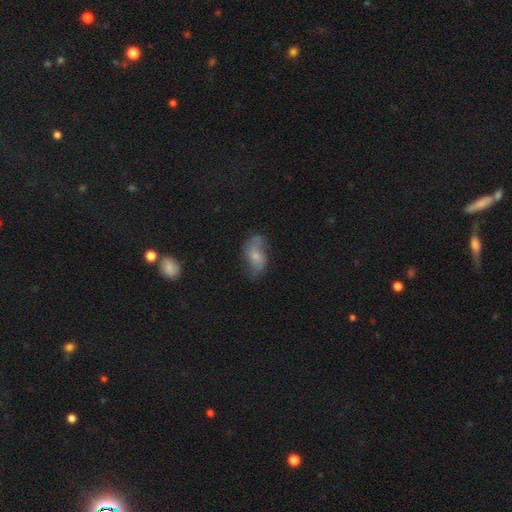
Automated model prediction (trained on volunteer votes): A featured or disk galaxy (51%).

Vote fractions:
- Smooth or featured? featured or disk: 51% / smooth: 40% / star or artifact: 10%
- Edge-on disk? no: 94% / yes: 6%
- Merging? none: 54% / minor disturbance: 28% / major disturbance: 15% / merger: 3%